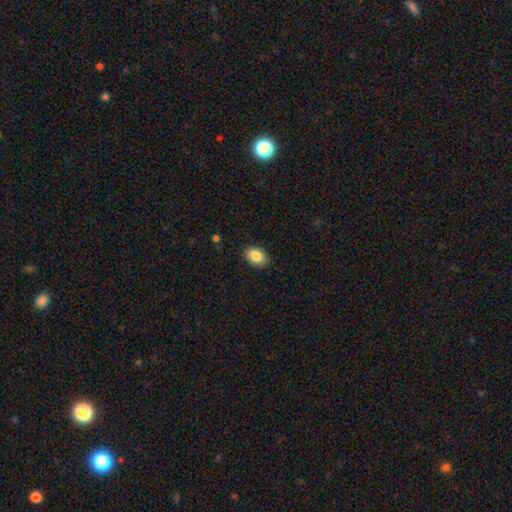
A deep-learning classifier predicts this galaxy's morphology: A smooth galaxy with no disk features (86%) that is in between round and cigar-shaped (85%). Merging: none (88%).